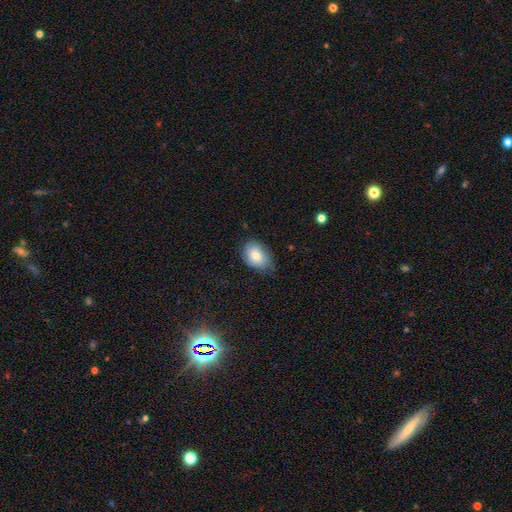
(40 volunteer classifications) smooth-or-featured: smooth: 78% | featured or disk: 20% | star or artifact: 2%
  how-rounded: in between: 90% | round: 10% | cigar-shaped: 0%
  merging: none: 64% | minor disturbance: 28% | major disturbance: 8% | merger: 0%